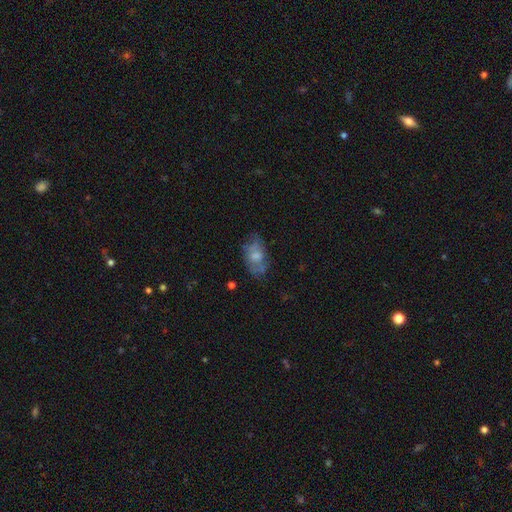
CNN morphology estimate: The model was most divided on "smooth or featured": smooth: 52%, featured or disk: 39%, star or artifact: 9%. More confident: how rounded — in between (89%); merging — none (54%).